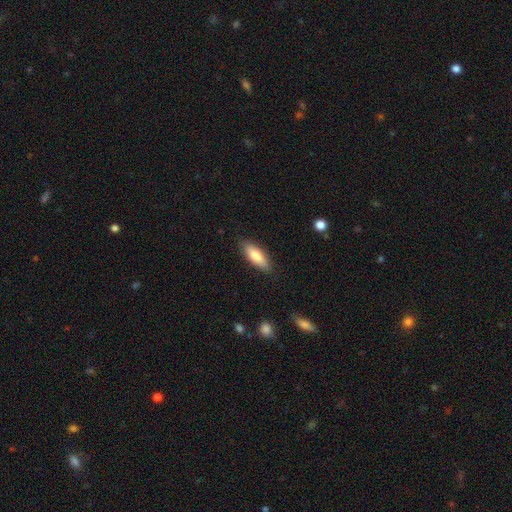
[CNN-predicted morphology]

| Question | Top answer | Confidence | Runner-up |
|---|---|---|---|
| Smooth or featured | smooth | 80% | featured or disk (15%) |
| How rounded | in between | 63% | cigar-shaped (36%) |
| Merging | none | 86% | minor disturbance (11%) |